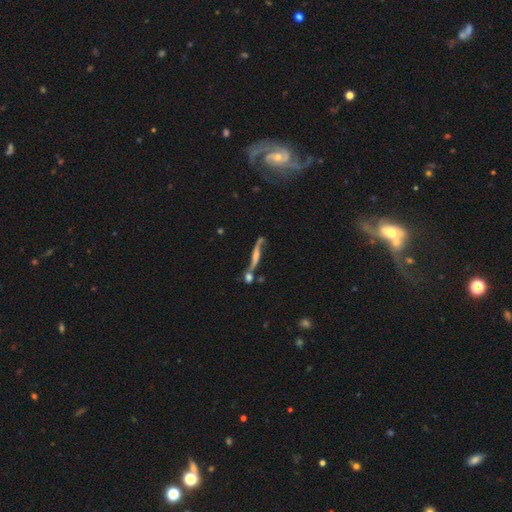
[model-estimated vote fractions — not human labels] smooth_or_featured: featured or disk (p=0.68) [alt: smooth p=0.21]
disk_edge_on: yes (p=0.72) [alt: no p=0.28]
merging: none (p=0.52) [alt: merger p=0.21]